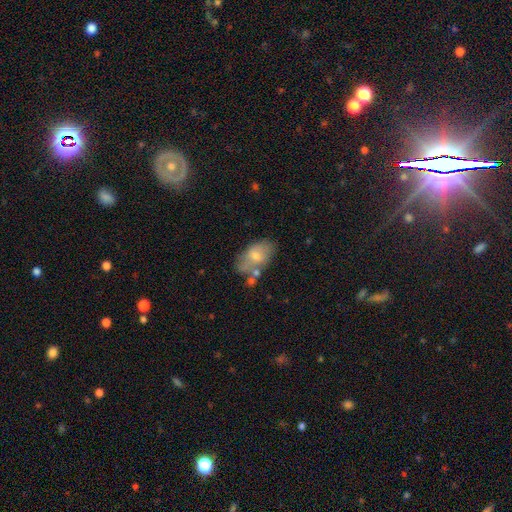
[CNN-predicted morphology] Smooth or featured?
  - smooth: 65% *
  - featured or disk: 28%
  - star or artifact: 7%
How rounded?
  - in between: 90% *
  - round: 9%
  - cigar-shaped: 2%
Merging?
  - none: 48% *
  - minor disturbance: 25%
  - merger: 17%
  - major disturbance: 10%